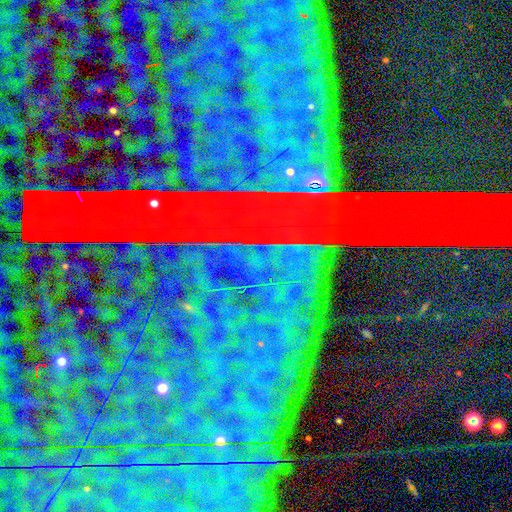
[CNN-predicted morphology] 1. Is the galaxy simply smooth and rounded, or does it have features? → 88% star or artifact, 7% featured or disk, 5% smooth.